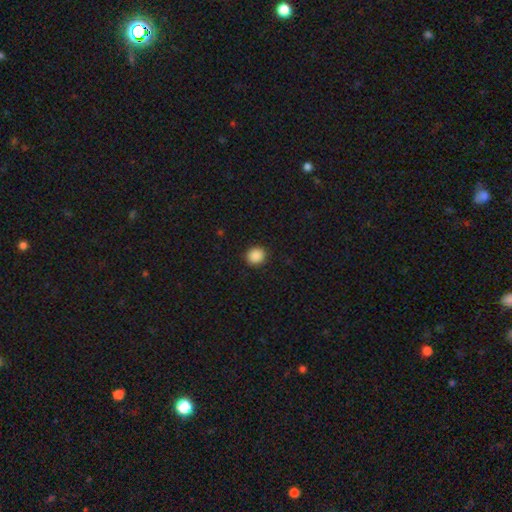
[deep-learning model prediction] Smooth or featured? smooth (89%)
How rounded? round (85%)
Merging? none (91%)